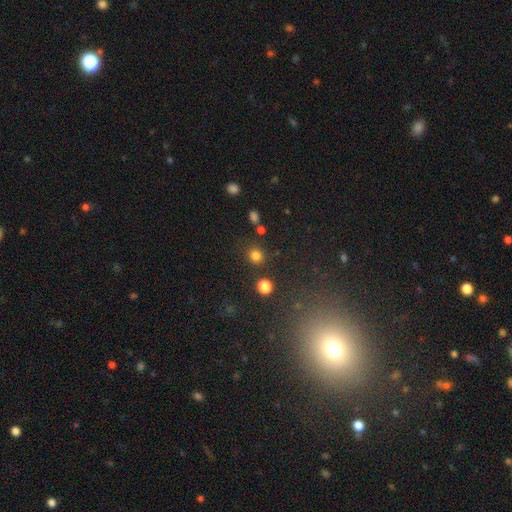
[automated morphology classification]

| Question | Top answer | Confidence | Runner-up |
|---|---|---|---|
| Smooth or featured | smooth | 80% | star or artifact (16%) |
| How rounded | round | 87% | in between (12%) |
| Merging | none | 82% | minor disturbance (8%) |